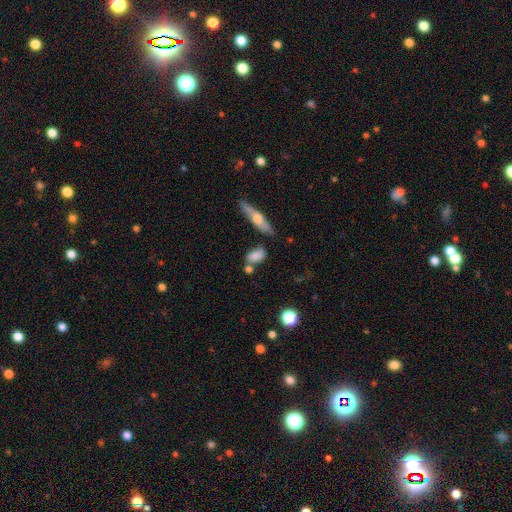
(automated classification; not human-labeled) Overall: smooth (76%). How rounded: in between (76%). Merging: none (58%; minor disturbance 19%).